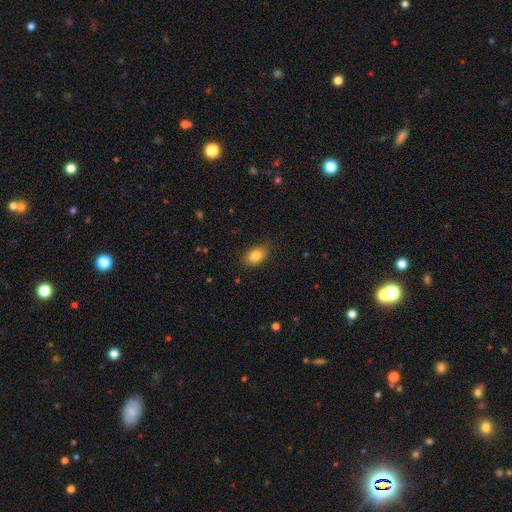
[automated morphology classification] This appears to be a smooth galaxy with no disk features (85%) that is in between round and cigar-shaped (82%). Merging: none (82%).